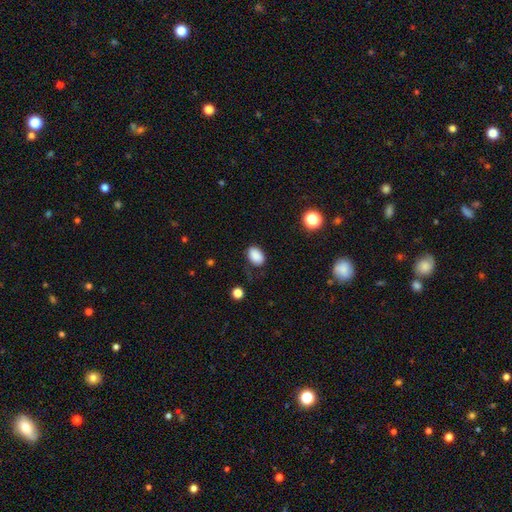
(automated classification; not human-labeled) Smooth or featured: smooth — 87% (star or artifact — 9%)
How rounded: in between — 84% (round — 15%)
Merging: none — 74% (minor disturbance — 18%)